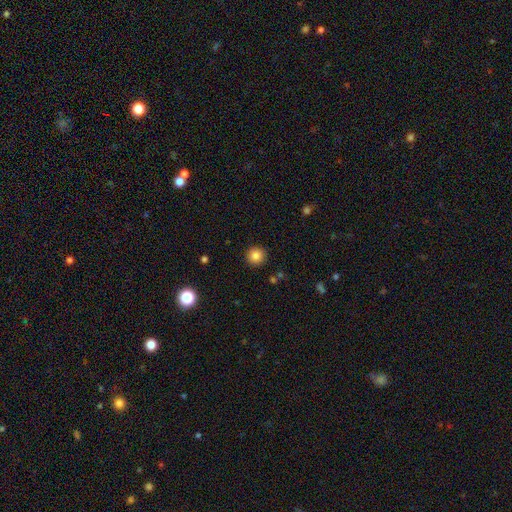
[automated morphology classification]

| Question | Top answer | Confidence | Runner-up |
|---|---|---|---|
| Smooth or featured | smooth | 84% | star or artifact (11%) |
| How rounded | round | 95% | in between (5%) |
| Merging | none | 92% | minor disturbance (5%) |